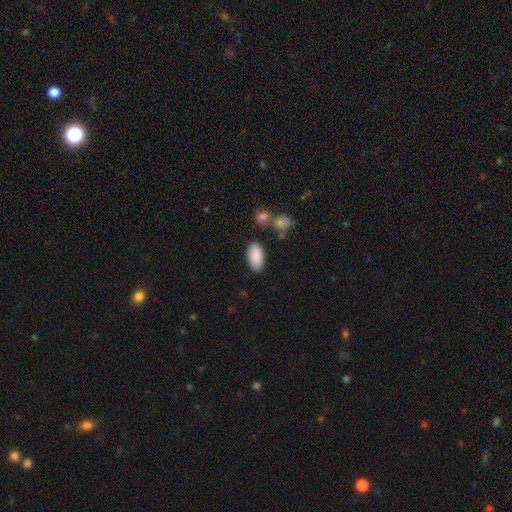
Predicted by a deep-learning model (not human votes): smooth_or_featured: smooth (p=0.89) [alt: star or artifact p=0.06]
how_rounded: in between (p=0.94) [alt: cigar-shaped p=0.04]
merging: none (p=0.83) [alt: minor disturbance p=0.10]